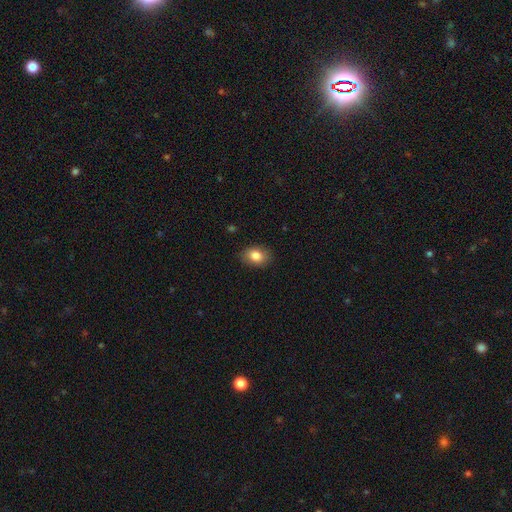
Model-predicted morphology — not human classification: A smooth galaxy with no disk features (84%) that is in between round and cigar-shaped (72%).

Vote fractions:
- Smooth or featured? smooth: 84% / star or artifact: 8% / featured or disk: 7%
- How rounded? in between: 72% / round: 27% / cigar-shaped: 1%
- Merging? none: 86% / minor disturbance: 11% / major disturbance: 3% / merger: 1%